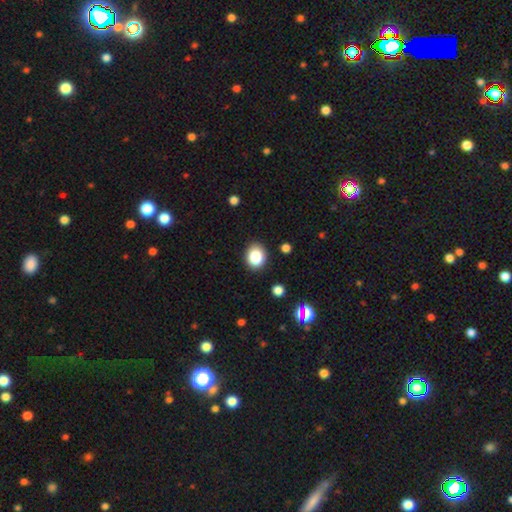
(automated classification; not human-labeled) This is clearly a smooth galaxy (84%). How rounded: possibly round (58%). Merging: clearly none (88%).